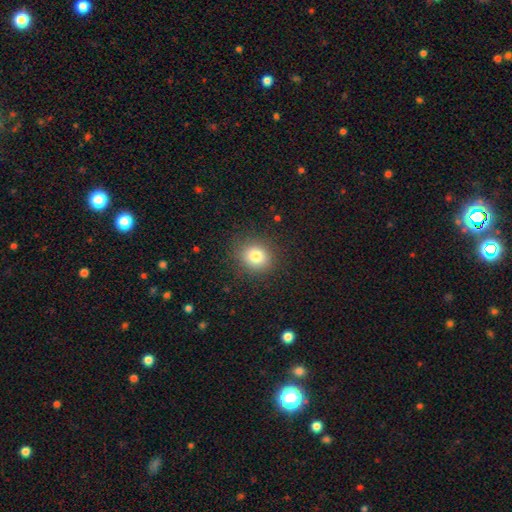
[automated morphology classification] A smooth galaxy with no disk features (81%) that is round (76%).

Vote fractions:
- Smooth or featured? smooth: 81% / star or artifact: 12% / featured or disk: 7%
- How rounded? round: 76% / in between: 23% / cigar-shaped: 1%
- Merging? none: 86% / minor disturbance: 9% / major disturbance: 3% / merger: 1%